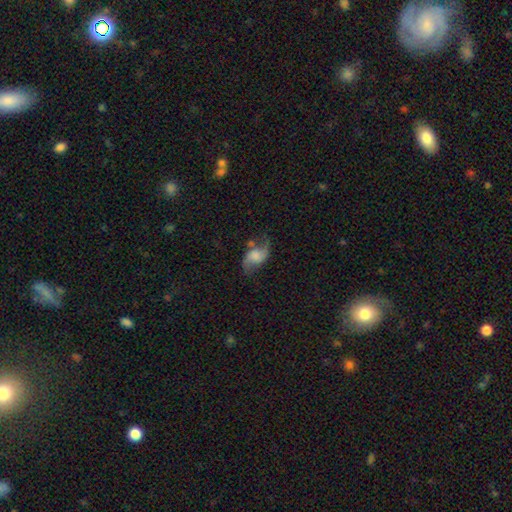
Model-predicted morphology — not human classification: Q: Smooth or featured?
A: featured or disk (71%); runner-up: smooth (20%)
Q: Edge-on disk?
A: no (96%); runner-up: yes (4%)
Q: Bar?
A: no (57%); runner-up: weak (34%)
Q: Spiral arms?
A: yes (92%); runner-up: no (8%)
Q: Spiral winding?
A: loose (75%); runner-up: medium (21%)
Q: Spiral arm count?
A: 2 (90%); runner-up: 1 (4%)
Q: Bulge size?
A: none (32%); runner-up: large (22%)
Q: Merging?
A: none (59%); runner-up: minor disturbance (21%)